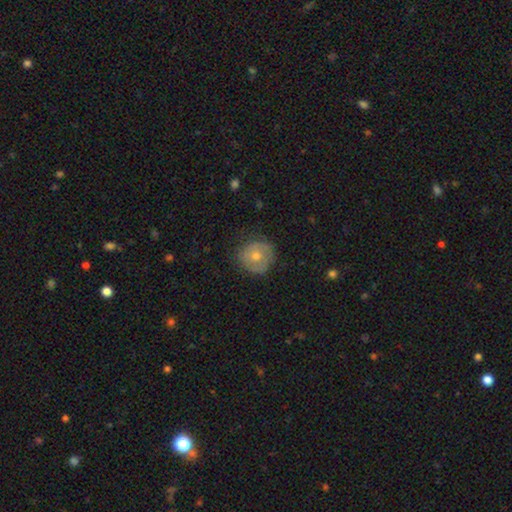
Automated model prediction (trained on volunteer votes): Overall: smooth (50%; featured or disk 41%). How rounded: round (89%). Merging: none (77%).